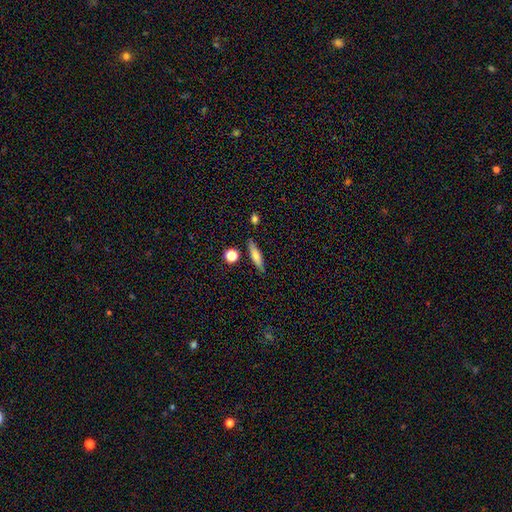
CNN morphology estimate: Smooth or featured? smooth (62%)
How rounded? cigar-shaped (76%)
Merging? none (83%)